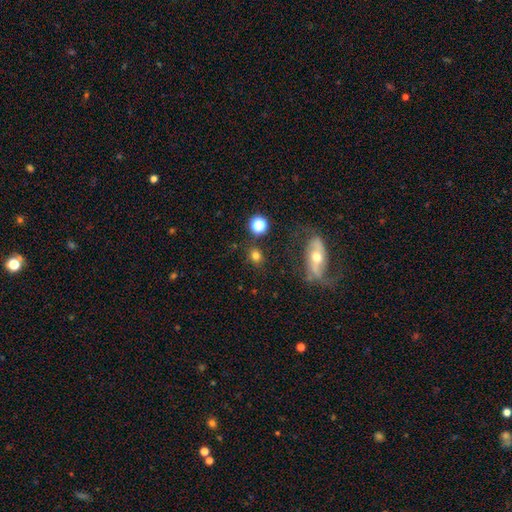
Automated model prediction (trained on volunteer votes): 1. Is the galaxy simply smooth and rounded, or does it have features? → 75% smooth, 15% star or artifact, 10% featured or disk.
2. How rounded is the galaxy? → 68% round, 30% in between, 2% cigar-shaped.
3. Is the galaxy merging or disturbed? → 80% none, 11% minor disturbance, 5% merger, 4% major disturbance.